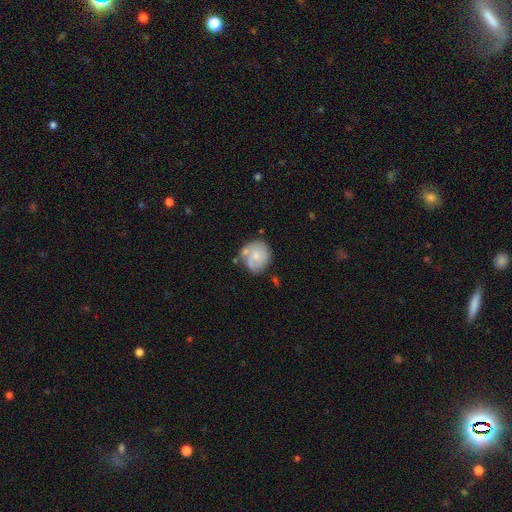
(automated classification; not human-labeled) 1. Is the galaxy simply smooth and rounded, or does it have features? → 49% smooth, 44% featured or disk, 7% star or artifact.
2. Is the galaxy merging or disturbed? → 52% none, 25% minor disturbance, 14% merger, 9% major disturbance.